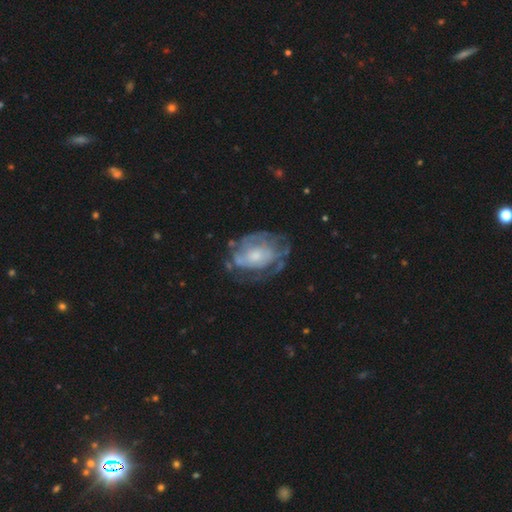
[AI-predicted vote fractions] Q: Smooth or featured?
A: featured or disk (71%); runner-up: smooth (21%)
Q: Edge-on disk?
A: no (96%); runner-up: yes (4%)
Q: Bar?
A: no (77%); runner-up: weak (20%)
Q: Spiral arms?
A: yes (63%); runner-up: no (37%)
Q: Bulge size?
A: small (43%); runner-up: moderate (41%)
Q: Merging?
A: none (54%); runner-up: minor disturbance (24%)